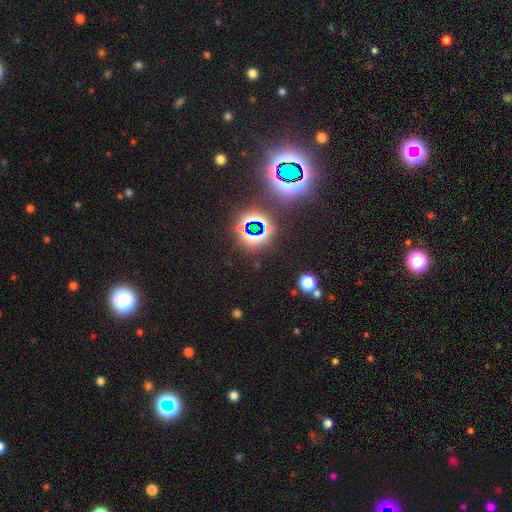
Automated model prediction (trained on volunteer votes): smooth_or_featured: star or artifact (p=0.78) [alt: smooth p=0.13]